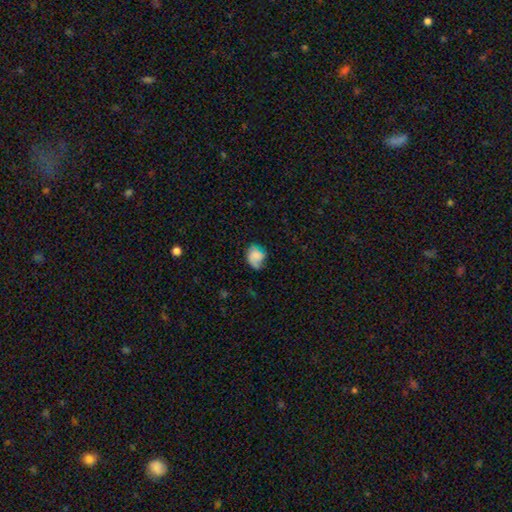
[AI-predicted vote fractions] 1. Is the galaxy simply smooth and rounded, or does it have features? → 56% smooth, 34% featured or disk, 10% star or artifact.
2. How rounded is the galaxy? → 52% round, 47% in between, 1% cigar-shaped.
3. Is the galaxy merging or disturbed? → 54% none, 30% minor disturbance, 14% major disturbance, 2% merger.